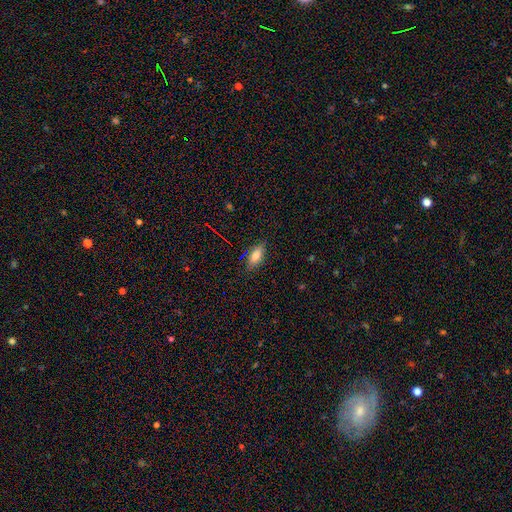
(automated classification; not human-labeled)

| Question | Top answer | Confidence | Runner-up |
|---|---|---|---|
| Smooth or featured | smooth | 72% | featured or disk (16%) |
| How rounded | in between | 82% | cigar-shaped (14%) |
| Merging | none | 82% | minor disturbance (14%) |